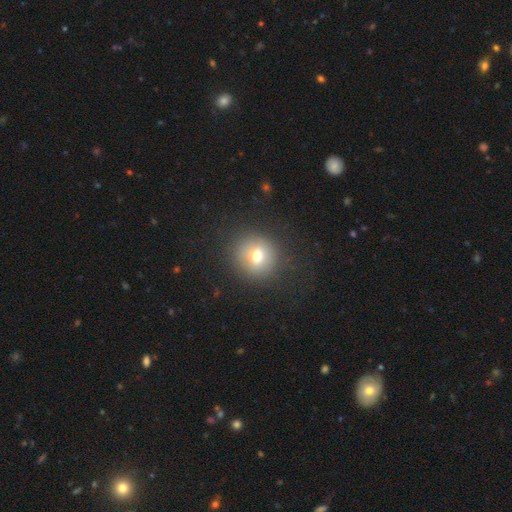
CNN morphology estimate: Smooth or featured? smooth (71%)
How rounded? round (91%)
Merging? none (86%)